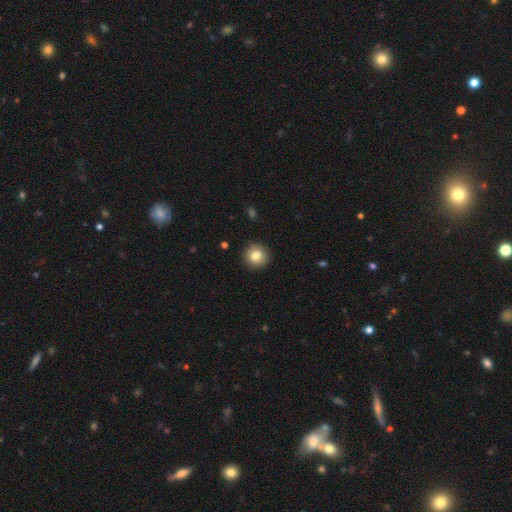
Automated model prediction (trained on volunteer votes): Q: Smooth or featured?
A: smooth (81%); runner-up: featured or disk (10%)
Q: How rounded?
A: round (94%); runner-up: in between (5%)
Q: Merging?
A: none (92%); runner-up: minor disturbance (6%)